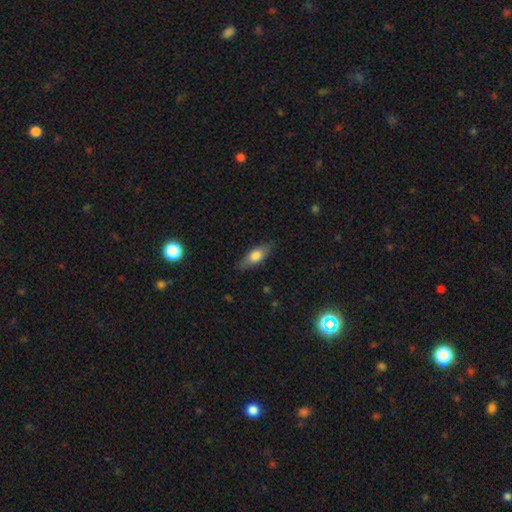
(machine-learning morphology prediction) This is likely a smooth galaxy (67%). How rounded: likely in between (69%). Merging: clearly none (83%).